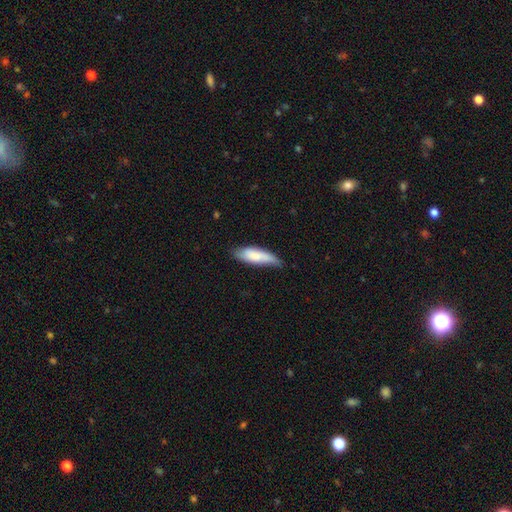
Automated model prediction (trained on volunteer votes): Smooth or featured: smooth — 77% (featured or disk — 17%)
How rounded: cigar-shaped — 52% (in between — 46%)
Merging: none — 54% (minor disturbance — 36%)